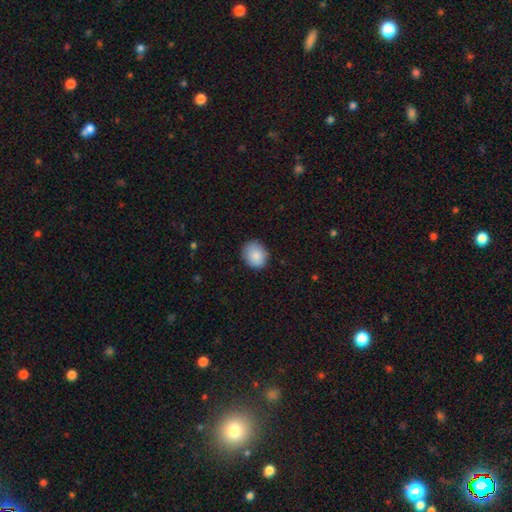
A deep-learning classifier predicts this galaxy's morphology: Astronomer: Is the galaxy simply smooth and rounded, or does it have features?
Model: smooth — 87%.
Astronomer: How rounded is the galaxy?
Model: round — 57% (runner-up: in between, 42%).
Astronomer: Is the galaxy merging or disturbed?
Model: none — 83%.